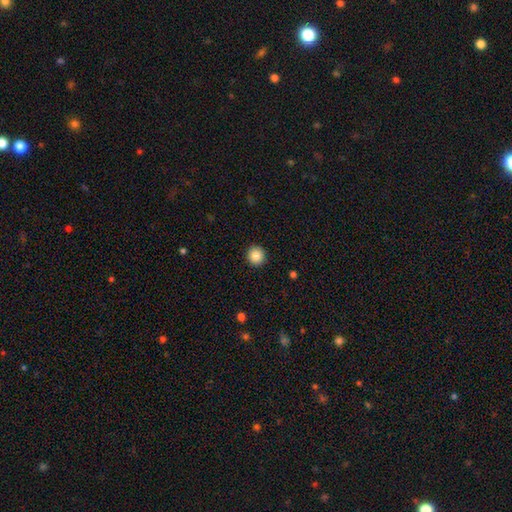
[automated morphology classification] smooth_or_featured: smooth (p=0.87) [alt: star or artifact p=0.09]
how_rounded: round (p=0.95) [alt: in between p=0.04]
merging: none (p=0.93) [alt: minor disturbance p=0.05]